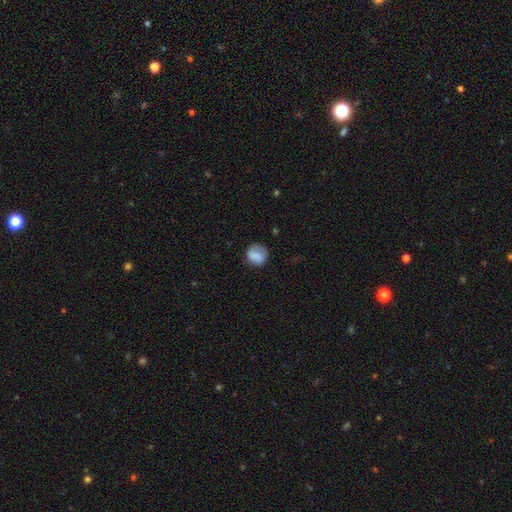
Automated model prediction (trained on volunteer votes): Q: Smooth or featured?
A: smooth (81%); runner-up: featured or disk (11%)
Q: How rounded?
A: round (77%); runner-up: in between (21%)
Q: Merging?
A: none (70%); runner-up: minor disturbance (20%)